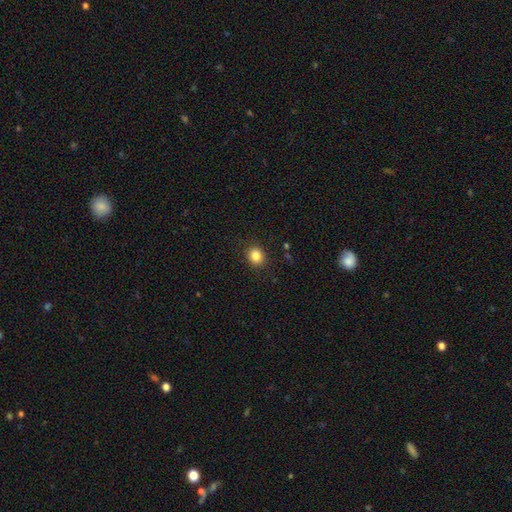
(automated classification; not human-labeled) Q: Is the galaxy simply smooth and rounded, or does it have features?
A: smooth — 85%.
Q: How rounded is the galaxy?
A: round — 77%.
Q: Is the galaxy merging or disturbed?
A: none — 89%.